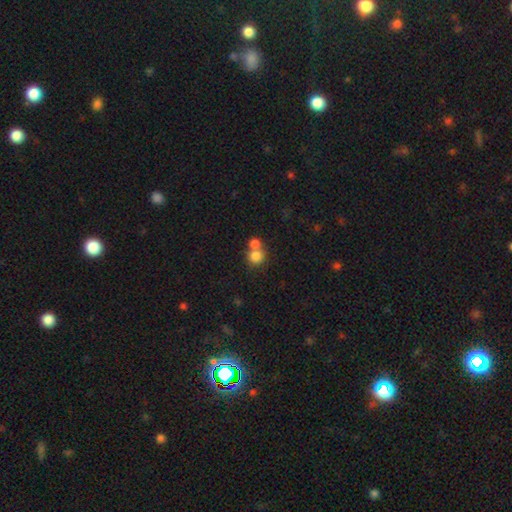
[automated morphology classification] Smooth or featured?
  - smooth: 81% *
  - star or artifact: 11%
  - featured or disk: 8%
How rounded?
  - round: 86% *
  - in between: 13%
  - cigar-shaped: 1%
Merging?
  - merger: 46% *
  - none: 44%
  - minor disturbance: 6%
  - major disturbance: 3%